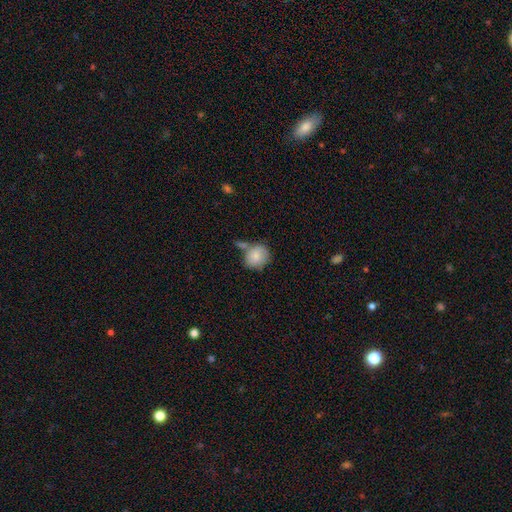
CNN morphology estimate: Smooth or featured?
  - smooth: 81% *
  - featured or disk: 12%
  - star or artifact: 7%
How rounded?
  - round: 77% *
  - in between: 22%
  - cigar-shaped: 1%
Merging?
  - none: 50% *
  - merger: 22%
  - minor disturbance: 21%
  - major disturbance: 7%